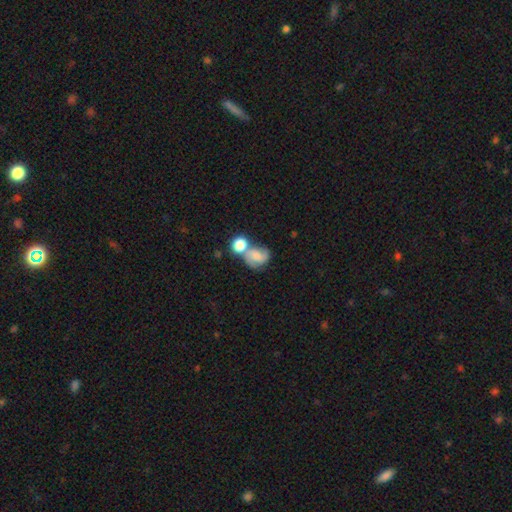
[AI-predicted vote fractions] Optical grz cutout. It shows a featured or disk galaxy (52%) with no bar (55%), spiral arms (87%) and a small central bulge (41%). Merging: merger (42%).